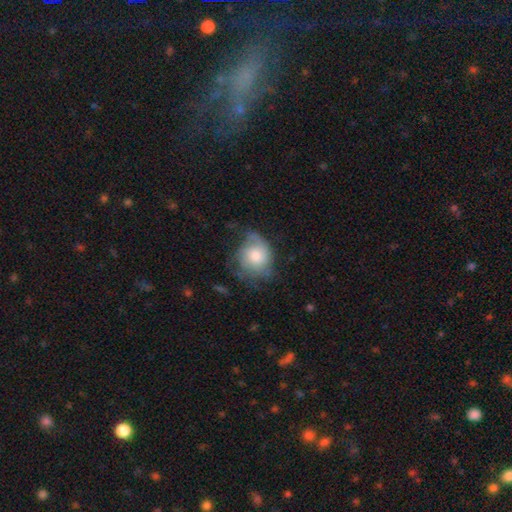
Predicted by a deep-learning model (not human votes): Morphology: type=smooth (57%); roundness=round (64%); merging=none (42%).